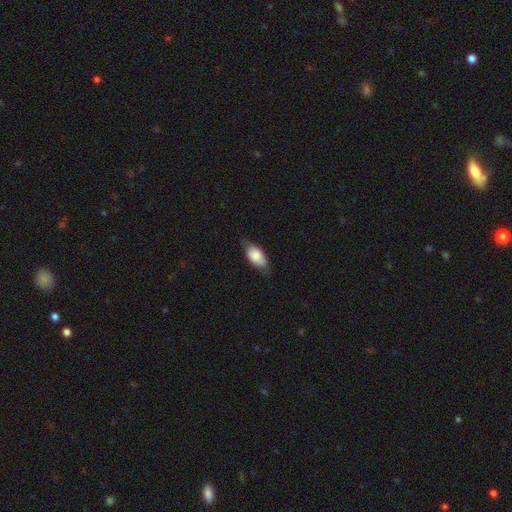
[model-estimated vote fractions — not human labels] smooth_or_featured: smooth (p=0.78) [alt: featured or disk p=0.16]
how_rounded: in between (p=0.89) [alt: cigar-shaped p=0.07]
merging: none (p=0.71) [alt: minor disturbance p=0.23]